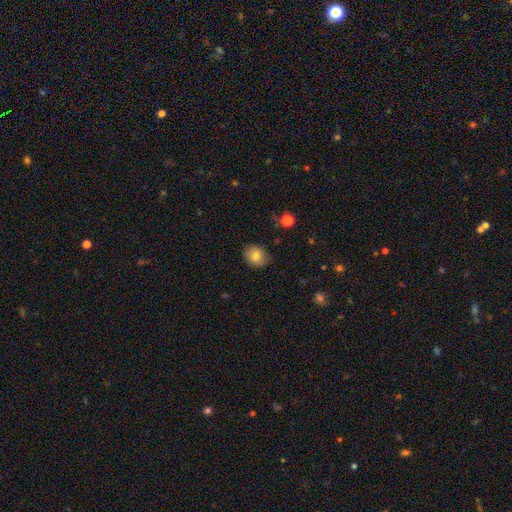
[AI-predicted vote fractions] Morphology: type=smooth (77%); roundness=round (51%); merging=none (78%).